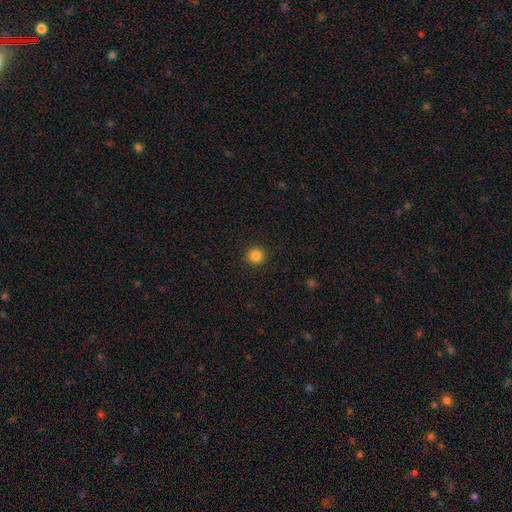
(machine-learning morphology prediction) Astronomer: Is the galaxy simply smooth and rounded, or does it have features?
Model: smooth — 85%.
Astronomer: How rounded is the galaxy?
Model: round — 96%.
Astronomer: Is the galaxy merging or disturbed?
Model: none — 92%.